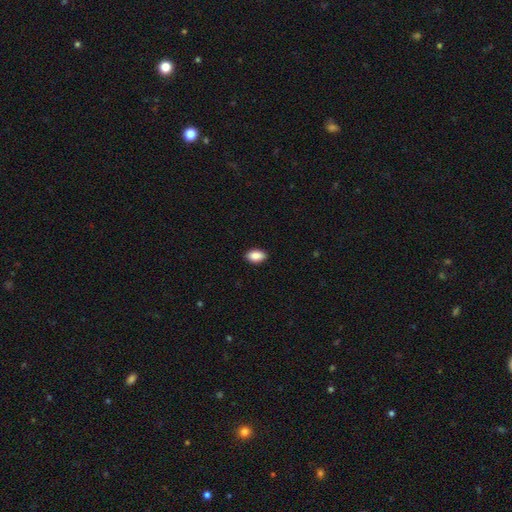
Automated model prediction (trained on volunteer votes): smooth 89%, star or artifact 7%, featured or disk 4%. Down the decision tree: how rounded — in between (92%); merging — none (90%).